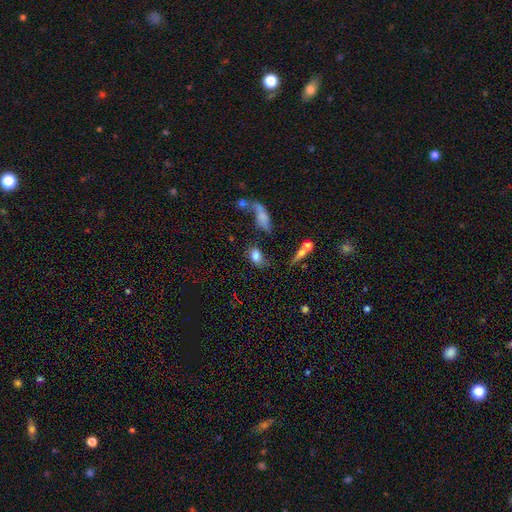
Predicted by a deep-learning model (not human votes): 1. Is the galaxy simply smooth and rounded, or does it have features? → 77% smooth, 12% featured or disk, 11% star or artifact.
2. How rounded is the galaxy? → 83% in between, 13% round, 4% cigar-shaped.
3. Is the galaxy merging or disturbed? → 54% none, 20% minor disturbance, 14% merger, 12% major disturbance.